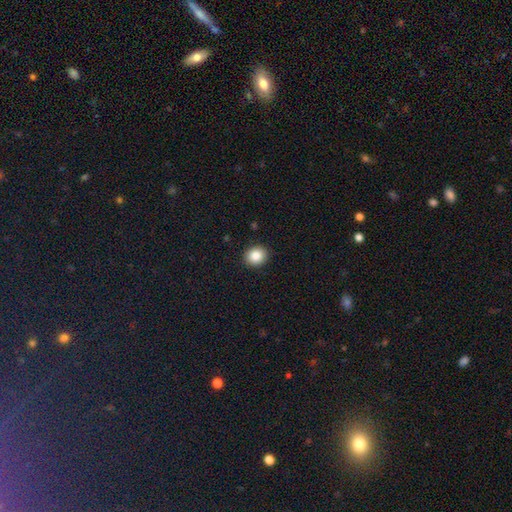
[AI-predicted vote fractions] smooth-or-featured: smooth: 86% | star or artifact: 9% | featured or disk: 5%
  how-rounded: round: 72% | in between: 27% | cigar-shaped: 1%
  merging: none: 92% | minor disturbance: 6% | major disturbance: 2% | merger: 1%